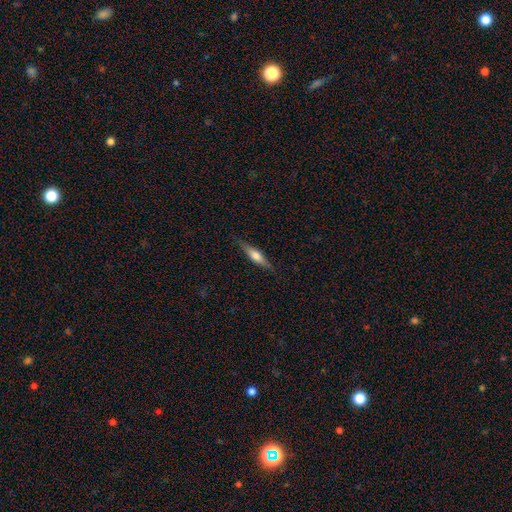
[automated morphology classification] Overall: featured or disk (48%; smooth 45%). Merging: none (86%).